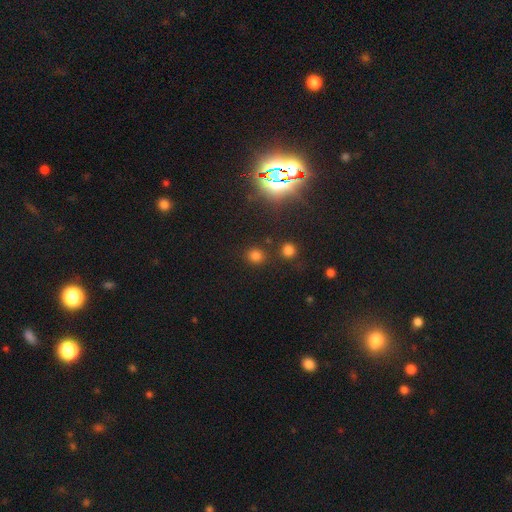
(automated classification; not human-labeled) A smooth galaxy with no disk features (72%) that is round (85%).

Vote fractions:
- Smooth or featured? smooth: 72% / star or artifact: 23% / featured or disk: 5%
- How rounded? round: 85% / in between: 14% / cigar-shaped: 1%
- Merging? none: 84% / minor disturbance: 8% / merger: 5% / major disturbance: 3%